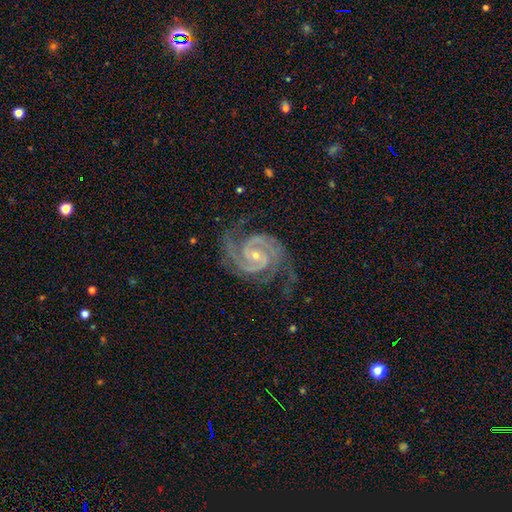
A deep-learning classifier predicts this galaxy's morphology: This is clearly a featured or disk galaxy (94%). It is clearly not viewed edge-on (98%). Bar: possibly no (55%). Spiral arm pattern: clearly yes (99%). Spiral arm count: likely 2 (75%). Spiral winding: possibly tight (56%). Central bulge: likely small (68%). Merging: likely none (71%).